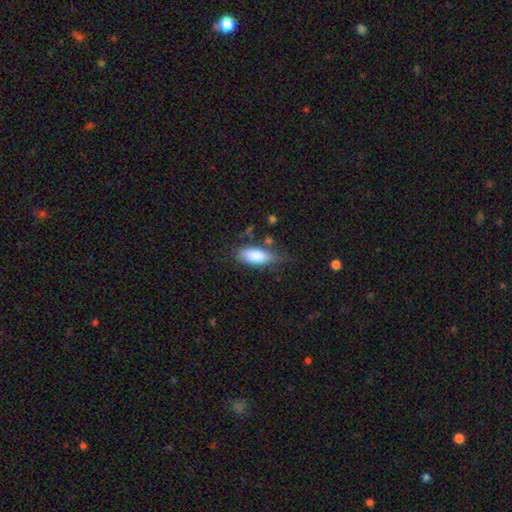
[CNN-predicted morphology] Smooth or featured? Predicted: smooth (p=0.84). How rounded? Predicted: in between (p=0.83). Merging? Predicted: none (p=0.59).